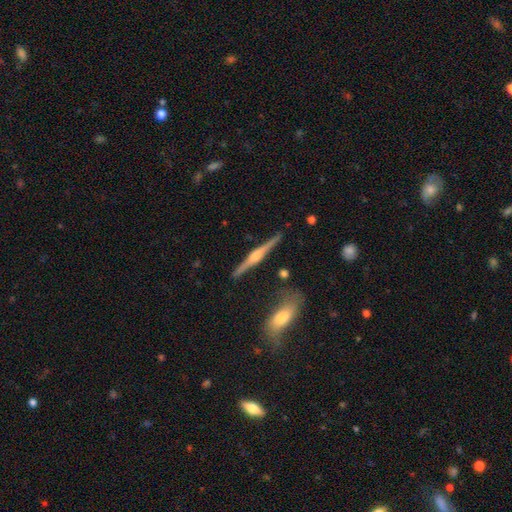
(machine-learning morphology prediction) Smooth or featured? Predicted: featured or disk (p=0.80). Edge-on disk? Predicted: yes (p=0.98). Edge-on bulge? Predicted: rounded (p=0.88). Merging? Predicted: none (p=0.87).